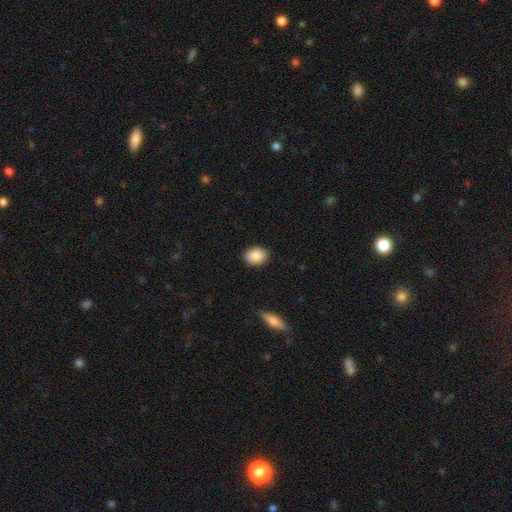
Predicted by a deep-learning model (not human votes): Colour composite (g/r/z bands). It shows a smooth galaxy with no disk features (89%) that is in between round and cigar-shaped (65%). Merging: none (90%).